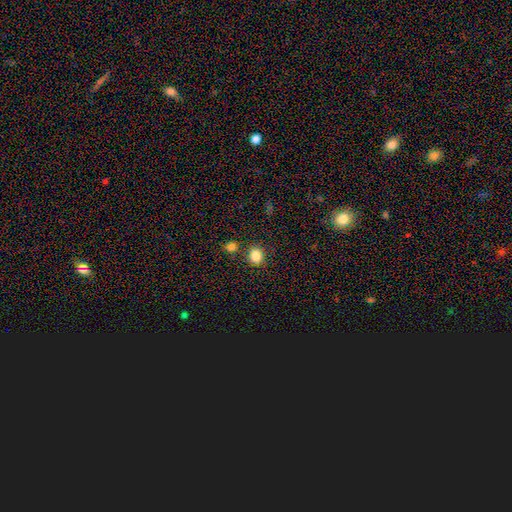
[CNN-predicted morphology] A smooth galaxy with no disk features (85%) that is round (66%).

Vote fractions:
- Smooth or featured? smooth: 85% / star or artifact: 11% / featured or disk: 5%
- How rounded? round: 66% / in between: 33% / cigar-shaped: 1%
- Merging? none: 77% / merger: 10% / minor disturbance: 10% / major disturbance: 3%